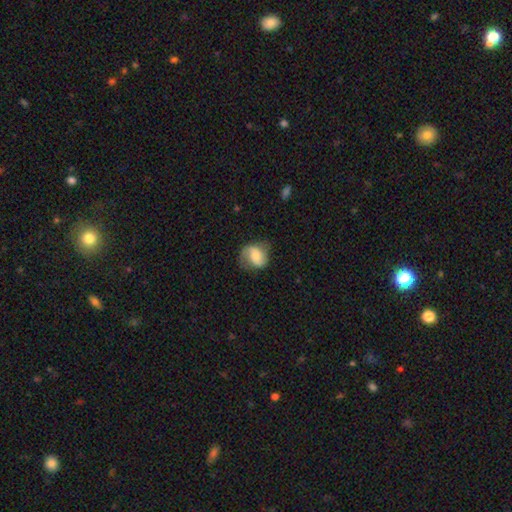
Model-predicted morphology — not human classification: Q: Smooth or featured?
A: smooth (48%); runner-up: featured or disk (45%)
Q: Merging?
A: none (61%); runner-up: minor disturbance (27%)